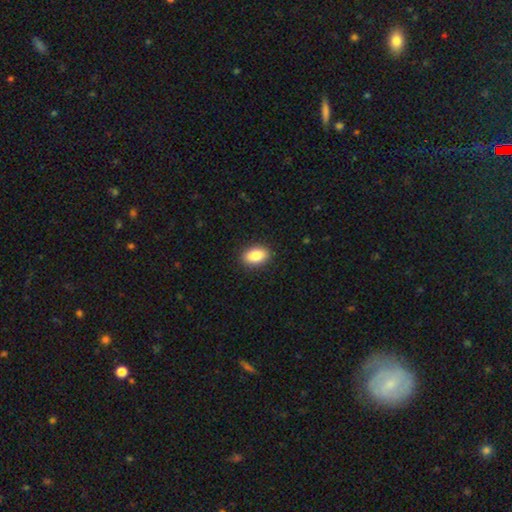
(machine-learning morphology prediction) This is clearly a smooth galaxy (86%). How rounded: clearly in between (88%). Merging: clearly none (89%).